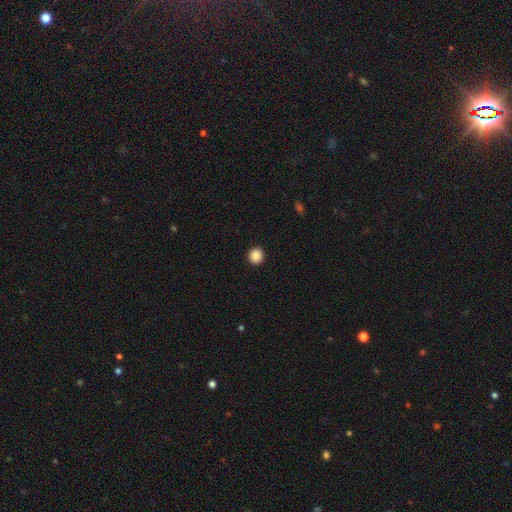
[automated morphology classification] Smooth or featured? Predicted: smooth (p=0.88). How rounded? Predicted: round (p=0.92). Merging? Predicted: none (p=0.94).